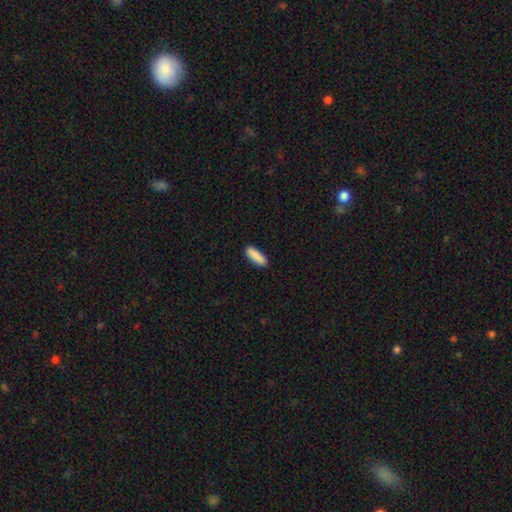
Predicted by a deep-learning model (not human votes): Q: Smooth or featured?
A: smooth (89%); runner-up: star or artifact (6%)
Q: How rounded?
A: cigar-shaped (53%); runner-up: in between (45%)
Q: Merging?
A: none (89%); runner-up: minor disturbance (8%)